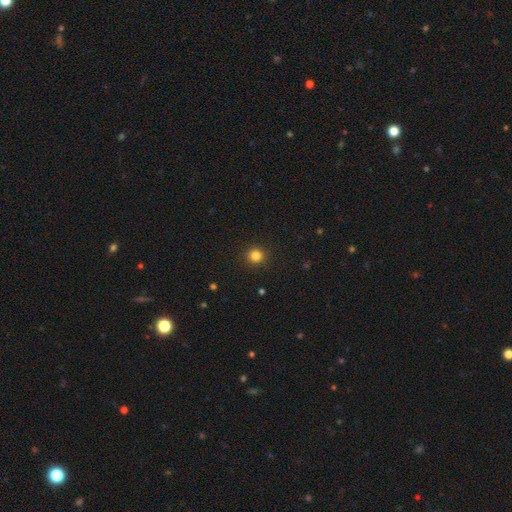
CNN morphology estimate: smooth-or-featured: smooth: 83% | star or artifact: 13% | featured or disk: 4%
  how-rounded: round: 94% | in between: 5% | cigar-shaped: 1%
  merging: none: 92% | minor disturbance: 5% | major disturbance: 2% | merger: 1%